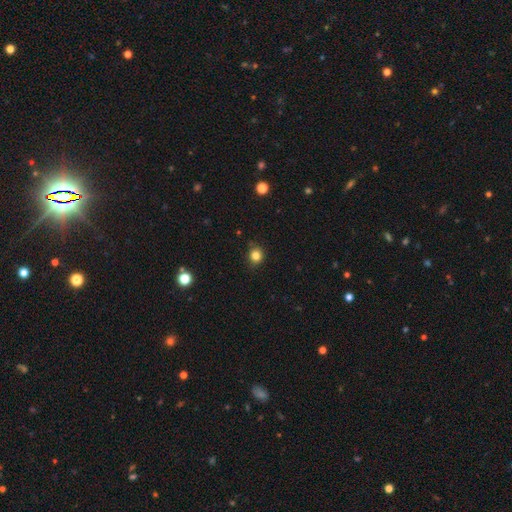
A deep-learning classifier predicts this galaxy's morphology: Smooth or featured? Predicted: smooth (p=0.83). How rounded? Predicted: round (p=0.84). Merging? Predicted: none (p=0.83).